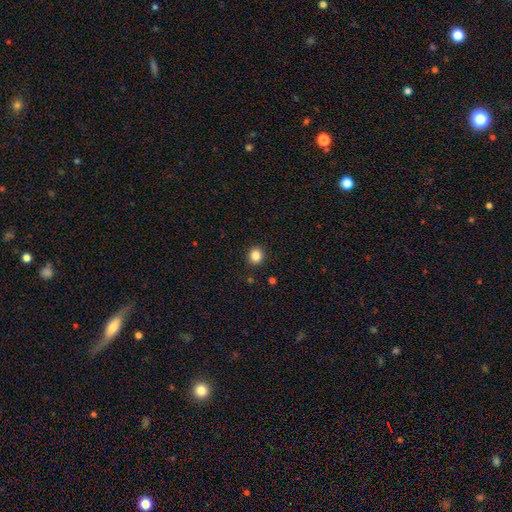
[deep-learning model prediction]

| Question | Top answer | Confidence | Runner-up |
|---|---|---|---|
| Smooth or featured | smooth | 84% | star or artifact (11%) |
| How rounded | round | 83% | in between (16%) |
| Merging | none | 91% | minor disturbance (6%) |